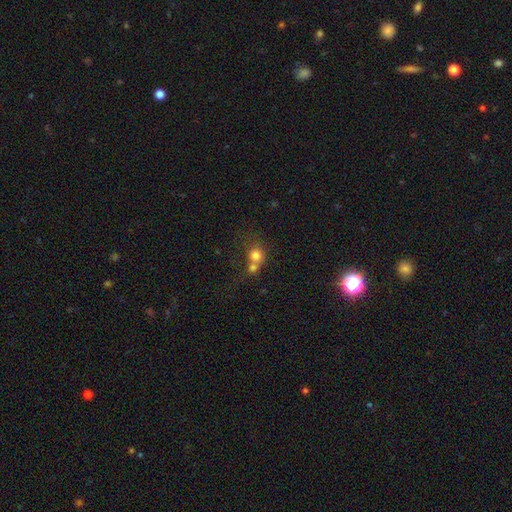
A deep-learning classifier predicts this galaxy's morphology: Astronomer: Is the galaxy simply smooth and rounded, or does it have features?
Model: smooth — 76%.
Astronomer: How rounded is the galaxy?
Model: round — 82%.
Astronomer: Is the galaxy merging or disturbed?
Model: merger — 55% (runner-up: none, 34%).